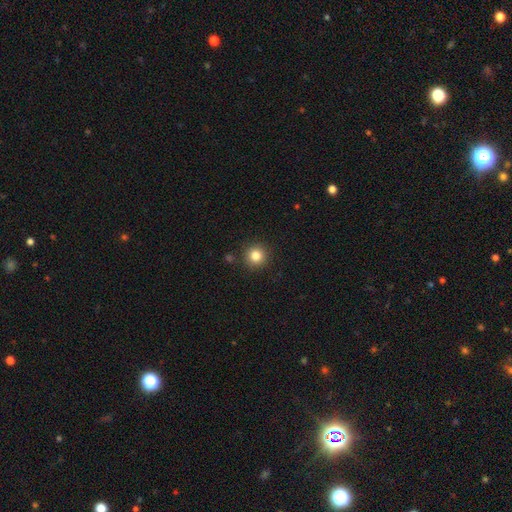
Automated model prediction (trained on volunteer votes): Smooth or featured? smooth (82%)
How rounded? round (95%)
Merging? none (90%)